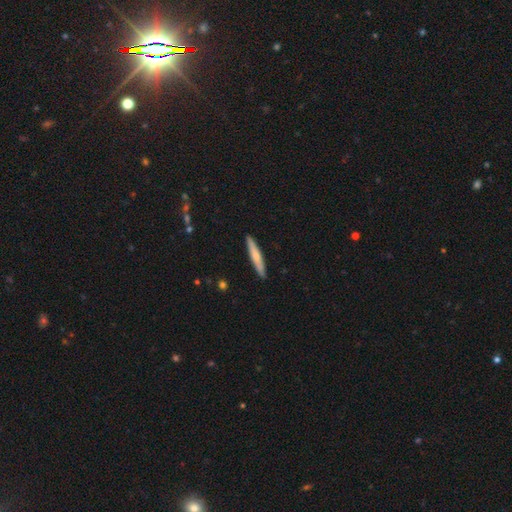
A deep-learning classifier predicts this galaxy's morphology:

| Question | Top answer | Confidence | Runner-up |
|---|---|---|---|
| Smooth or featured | smooth | 61% | featured or disk (34%) |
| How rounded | cigar-shaped | 94% | in between (5%) |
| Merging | none | 91% | minor disturbance (7%) |